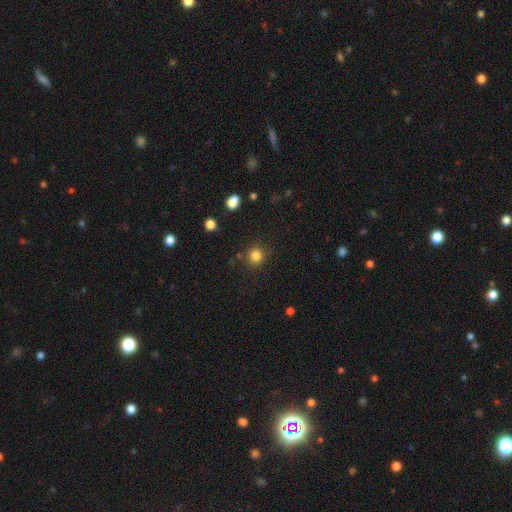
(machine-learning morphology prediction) smooth_or_featured: smooth (p=0.83) [alt: star or artifact p=0.13]
how_rounded: round (p=0.90) [alt: in between p=0.09]
merging: none (p=0.86) [alt: minor disturbance p=0.08]